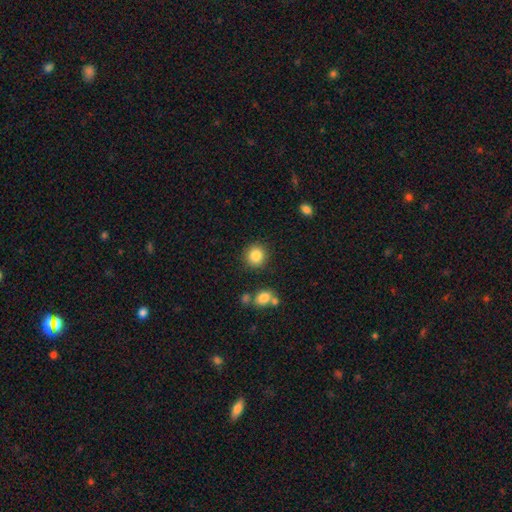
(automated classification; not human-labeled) This appears to be a smooth galaxy with no disk features (86%) that is round (89%). Merging: none (87%).